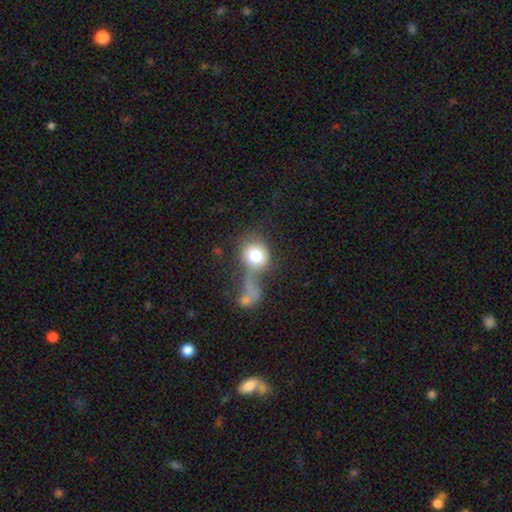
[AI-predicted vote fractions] Q: Smooth or featured?
A: smooth (76%); runner-up: featured or disk (16%)
Q: How rounded?
A: round (77%); runner-up: in between (22%)
Q: Merging?
A: merger (36%); runner-up: major disturbance (31%)